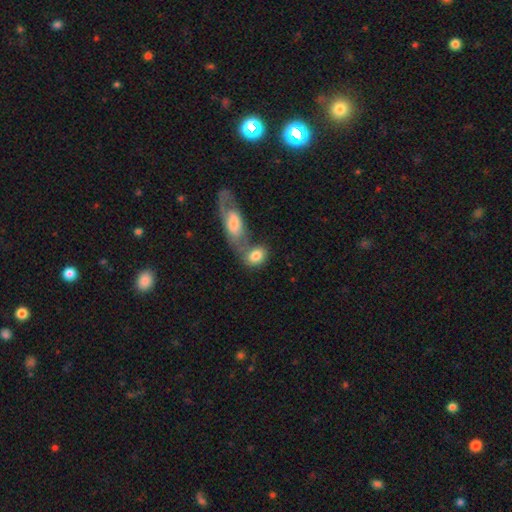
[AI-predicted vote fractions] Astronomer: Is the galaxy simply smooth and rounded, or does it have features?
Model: smooth — 78%.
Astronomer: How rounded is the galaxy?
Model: in between — 69%.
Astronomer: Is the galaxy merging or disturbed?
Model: merger — 50% (runner-up: none, 32%).